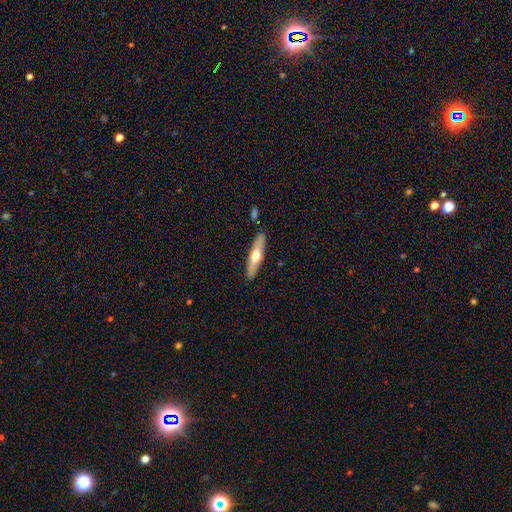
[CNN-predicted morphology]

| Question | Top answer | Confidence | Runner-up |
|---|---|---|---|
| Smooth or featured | featured or disk | 49% | smooth (45%) |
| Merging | none | 89% | minor disturbance (7%) |